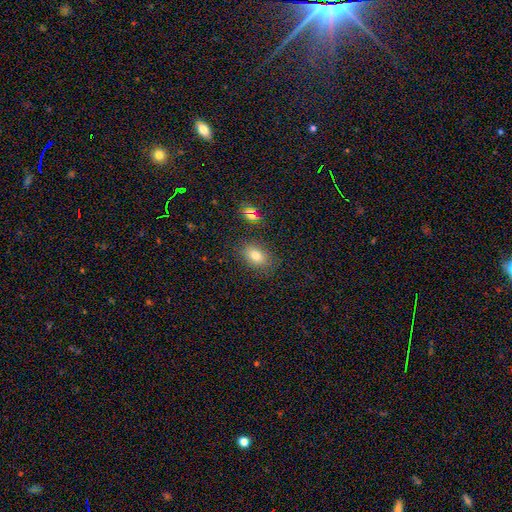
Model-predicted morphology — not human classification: Overall: smooth (76%). How rounded: in between (79%). Merging: none (83%).